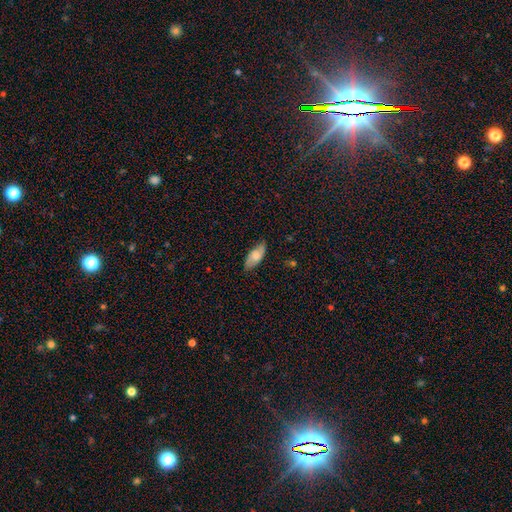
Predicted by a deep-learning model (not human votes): smooth_or_featured: smooth (p=0.69) [alt: featured or disk p=0.24]
how_rounded: in between (p=0.84) [alt: cigar-shaped p=0.14]
merging: none (p=0.78) [alt: minor disturbance p=0.18]